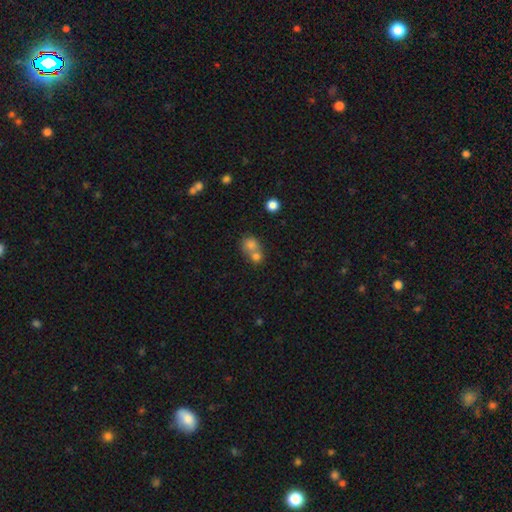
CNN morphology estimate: Q: Smooth or featured?
A: smooth (75%); runner-up: featured or disk (13%)
Q: How rounded?
A: round (72%); runner-up: in between (27%)
Q: Merging?
A: merger (62%); runner-up: none (29%)